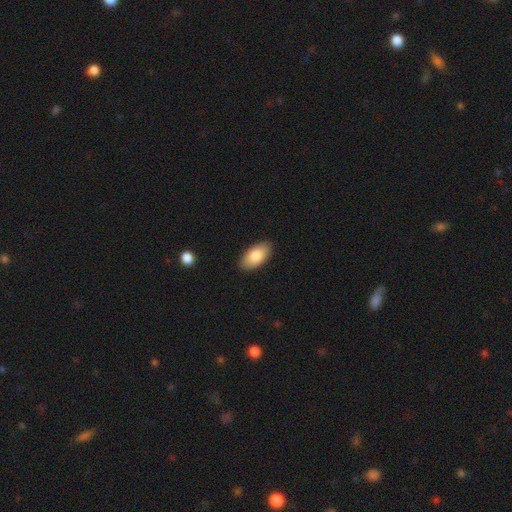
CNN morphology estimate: Overall: smooth (82%). How rounded: in between (94%). Merging: none (89%).